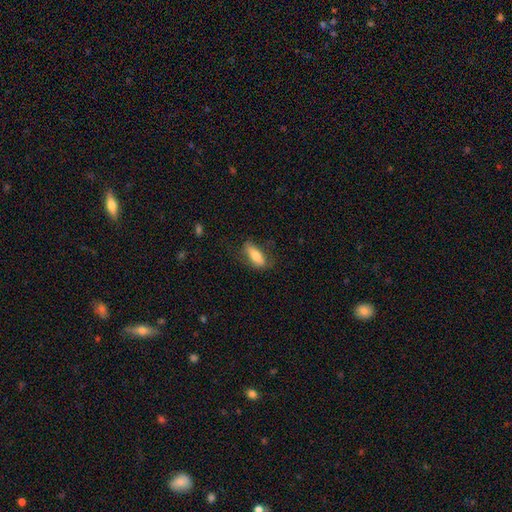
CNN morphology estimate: A smooth galaxy with no disk features (69%) that is in between round and cigar-shaped (68%). Merging: none (71%).